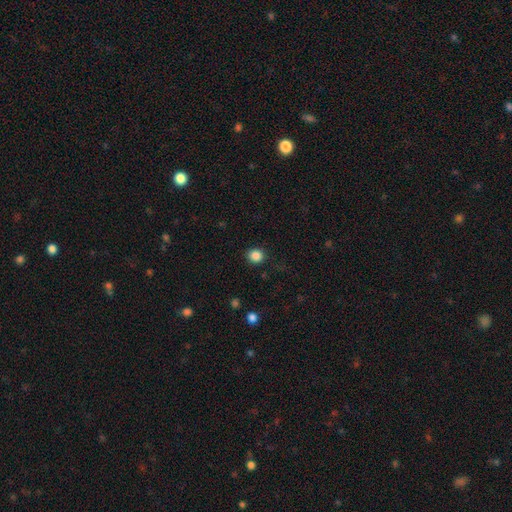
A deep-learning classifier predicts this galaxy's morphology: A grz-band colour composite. It shows a smooth galaxy with no disk features (86%) that is round (86%). Merging: none (89%).